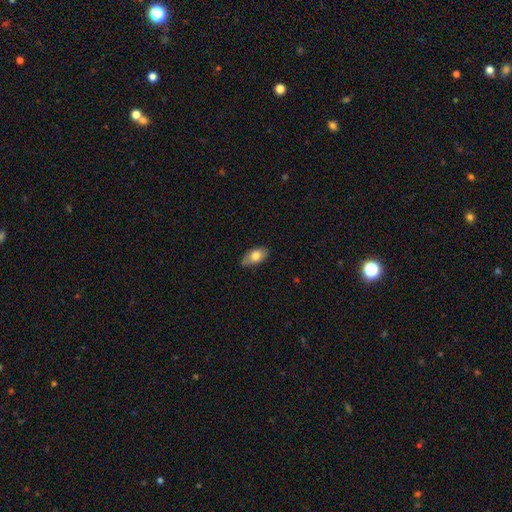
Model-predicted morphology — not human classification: smooth 76%, featured or disk 17%, star or artifact 7%. Down the decision tree: how rounded — in between (91%); merging — none (73%).